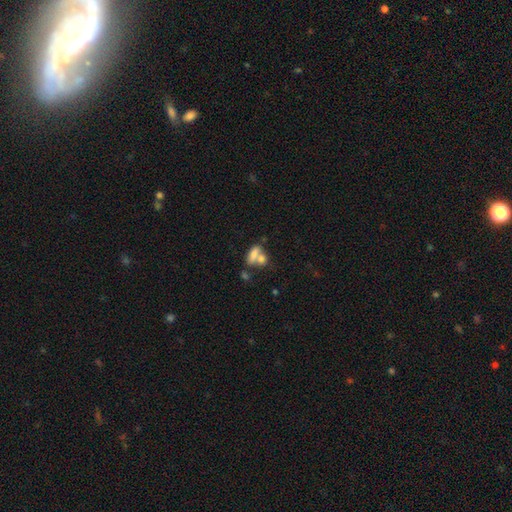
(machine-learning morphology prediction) Q: Smooth or featured?
A: smooth (72%); runner-up: featured or disk (17%)
Q: How rounded?
A: in between (74%); runner-up: round (13%)
Q: Merging?
A: merger (53%); runner-up: none (30%)